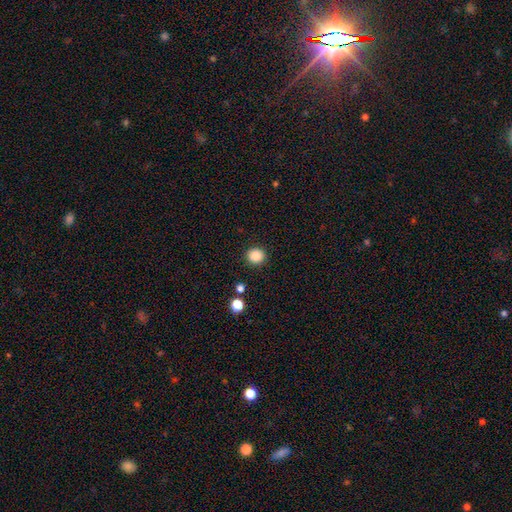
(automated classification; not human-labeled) This is clearly a smooth galaxy (86%). How rounded: clearly round (92%). Merging: clearly none (92%).